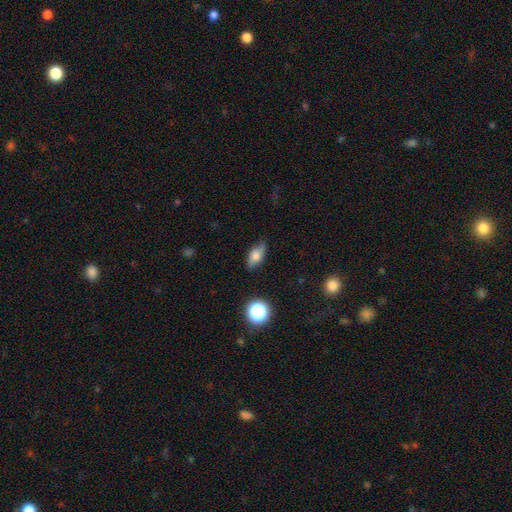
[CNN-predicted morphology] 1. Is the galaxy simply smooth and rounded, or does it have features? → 69% smooth, 21% featured or disk, 10% star or artifact.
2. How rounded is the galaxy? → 80% in between, 12% cigar-shaped, 8% round.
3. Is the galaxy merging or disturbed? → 77% none, 18% minor disturbance, 4% major disturbance, 1% merger.